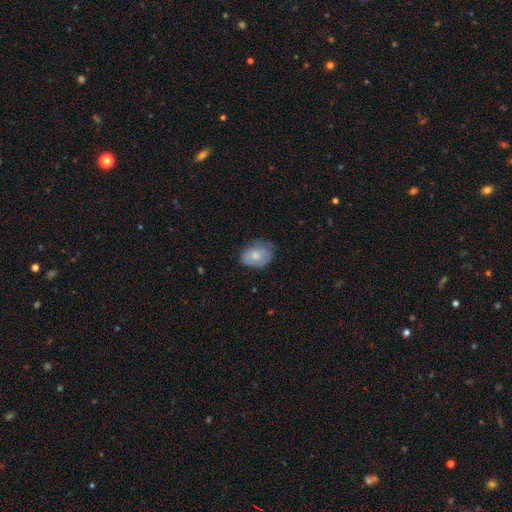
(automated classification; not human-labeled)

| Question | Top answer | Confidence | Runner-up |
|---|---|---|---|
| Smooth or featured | smooth | 76% | featured or disk (18%) |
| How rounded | in between | 78% | round (21%) |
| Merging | none | 62% | minor disturbance (29%) |